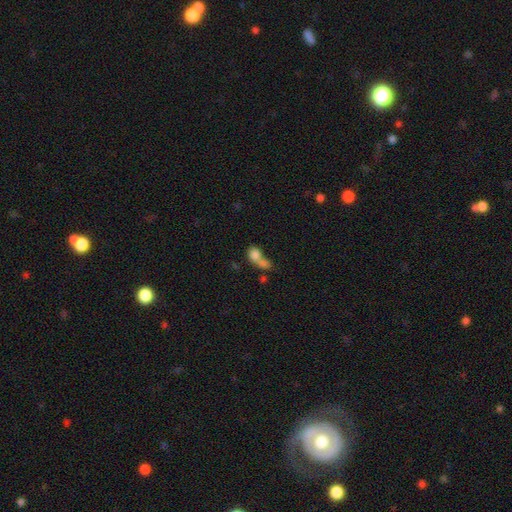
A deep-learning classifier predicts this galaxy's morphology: This appears to be a smooth galaxy with no disk features (77%) that is in between round and cigar-shaped (49%). Merging: merger (65%).